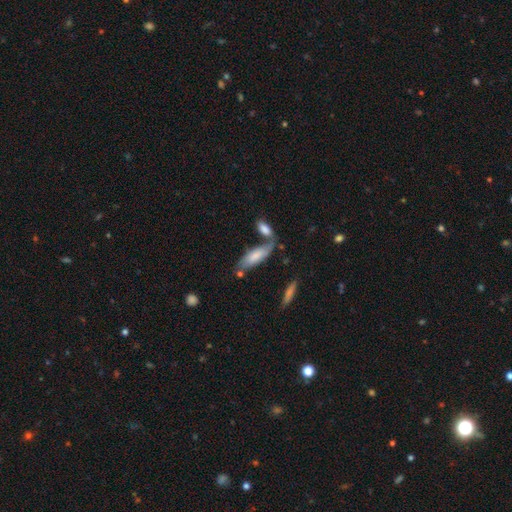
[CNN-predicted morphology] Smooth or featured?
  - smooth: 74% *
  - featured or disk: 20%
  - star or artifact: 6%
How rounded?
  - in between: 59% *
  - cigar-shaped: 39%
  - round: 2%
Merging?
  - none: 53% *
  - merger: 25%
  - minor disturbance: 16%
  - major disturbance: 5%